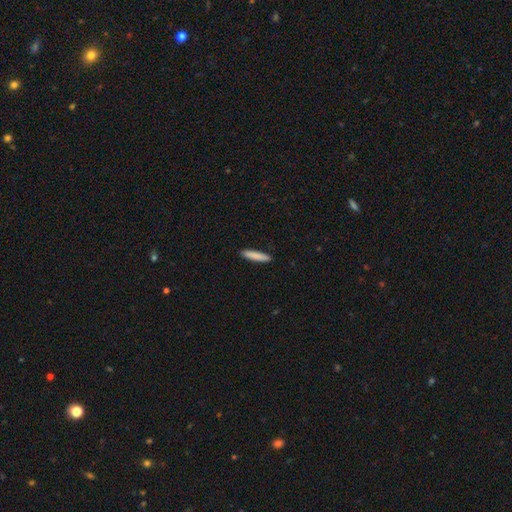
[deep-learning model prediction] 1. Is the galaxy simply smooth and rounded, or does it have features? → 86% smooth, 9% featured or disk, 6% star or artifact.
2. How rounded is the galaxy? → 91% cigar-shaped, 8% in between, 1% round.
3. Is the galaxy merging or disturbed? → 91% none, 6% minor disturbance, 1% major disturbance, 1% merger.